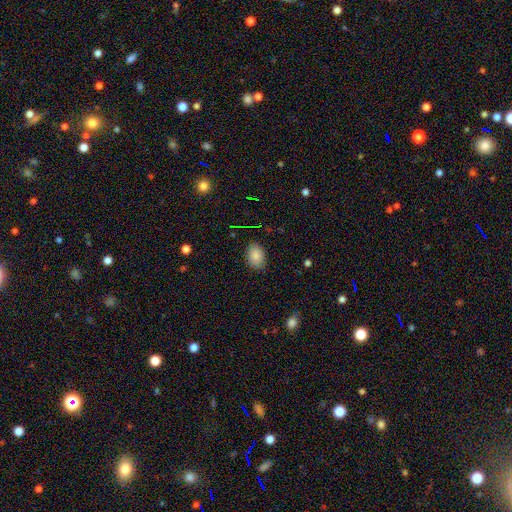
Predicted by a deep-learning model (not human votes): Smooth or featured?
  - smooth: 85% *
  - star or artifact: 9%
  - featured or disk: 6%
How rounded?
  - in between: 81% *
  - round: 18%
  - cigar-shaped: 1%
Merging?
  - none: 85% *
  - minor disturbance: 11%
  - major disturbance: 3%
  - merger: 1%